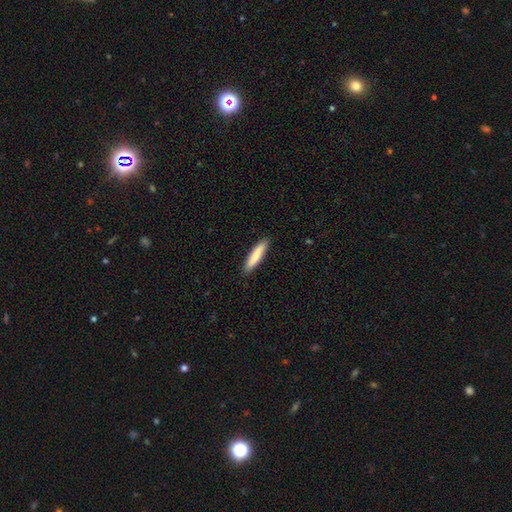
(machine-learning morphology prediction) type=smooth (83%); roundness=cigar-shaped (86%); merging=none (90%).